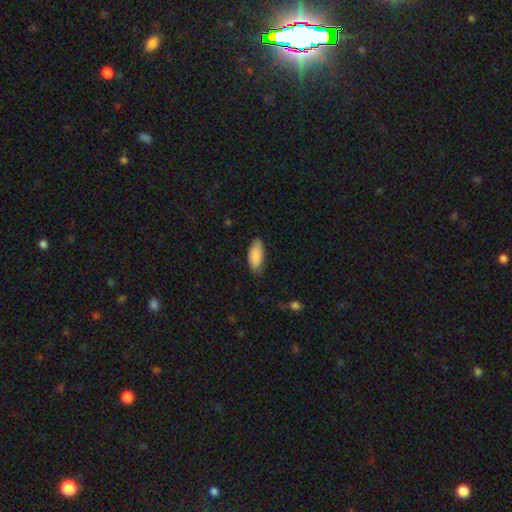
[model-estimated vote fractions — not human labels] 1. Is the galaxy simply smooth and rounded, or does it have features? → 87% smooth, 7% featured or disk, 6% star or artifact.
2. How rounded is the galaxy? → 86% in between, 12% cigar-shaped, 2% round.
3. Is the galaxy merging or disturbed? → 79% none, 18% minor disturbance, 3% major disturbance, 1% merger.